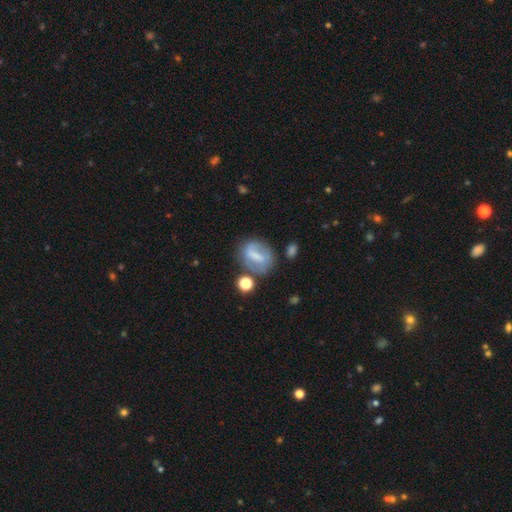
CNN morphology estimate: Overall: featured or disk (48%; smooth 42%). Merging: none (60%; minor disturbance 21%).